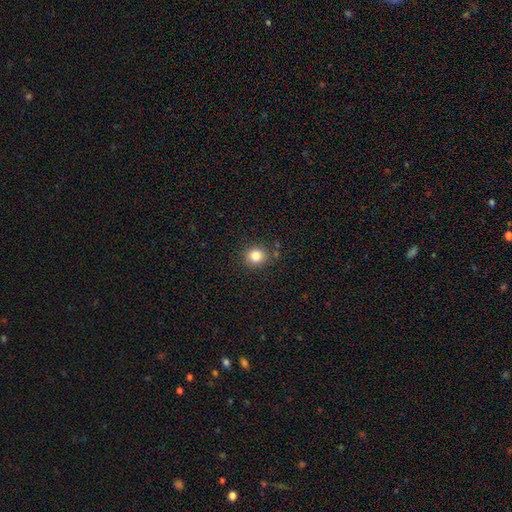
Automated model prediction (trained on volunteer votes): This appears to be a smooth galaxy with no disk features (83%) that is round (81%). Merging: none (84%).